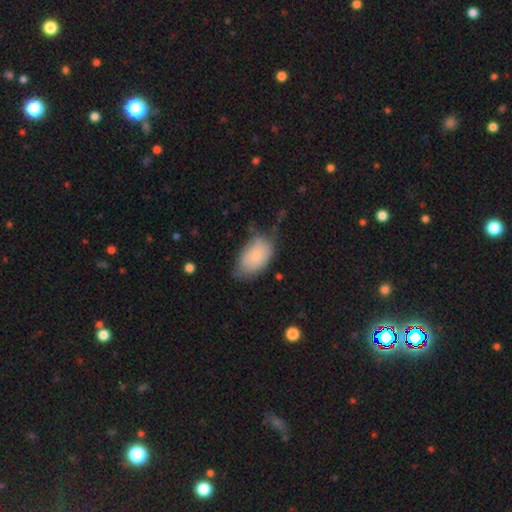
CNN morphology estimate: Smooth or featured? smooth (80%)
How rounded? in between (93%)
Merging? none (50%)